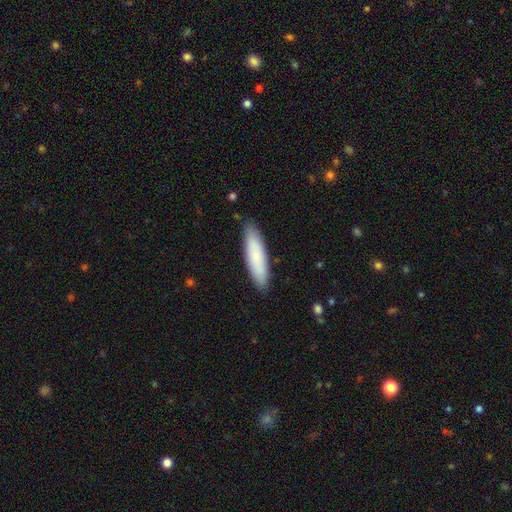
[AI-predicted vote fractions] Smooth or featured? Predicted: smooth (p=0.79). How rounded? Predicted: cigar-shaped (p=0.72). Merging? Predicted: none (p=0.87).